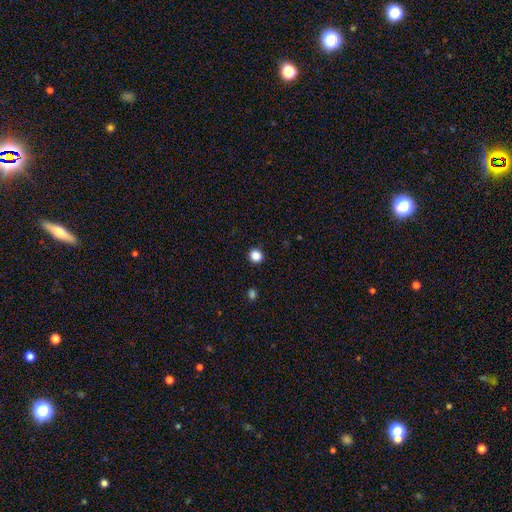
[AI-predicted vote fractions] A smooth galaxy with no disk features (86%) that is round (91%).

Vote fractions:
- Smooth or featured? smooth: 86% / star or artifact: 11% / featured or disk: 3%
- How rounded? round: 91% / in between: 8% / cigar-shaped: 1%
- Merging? none: 93% / minor disturbance: 5% / major disturbance: 2% / merger: 1%